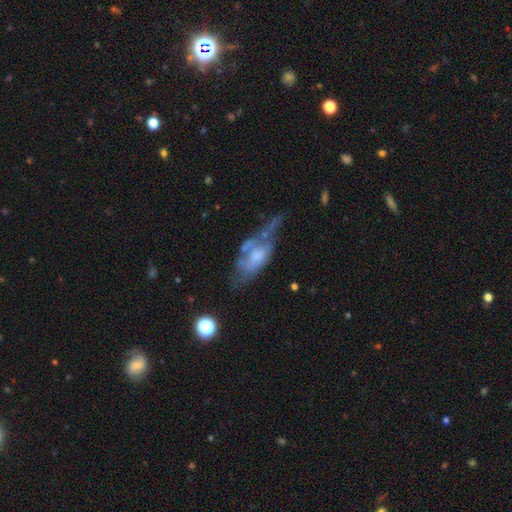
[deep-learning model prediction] The model was most divided on "merging": major disturbance: 40%, minor disturbance: 26%, none: 23%, merger: 11%. More confident: edge-on disk — no (85%); smooth or featured — featured or disk (55%).